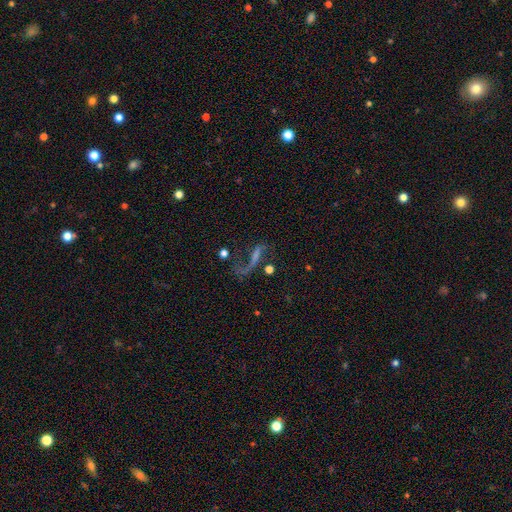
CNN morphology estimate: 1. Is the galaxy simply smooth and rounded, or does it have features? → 68% featured or disk, 16% star or artifact, 15% smooth.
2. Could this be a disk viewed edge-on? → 86% no, 14% yes.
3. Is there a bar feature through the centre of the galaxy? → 34% strong (tied), 34% no (tied), 32% weak.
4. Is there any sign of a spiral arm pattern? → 79% yes, 21% no.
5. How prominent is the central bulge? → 51% none, 31% small, 13% moderate, 3% large, 2% dominant.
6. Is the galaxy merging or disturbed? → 45% none, 30% major disturbance, 15% minor disturbance, 9% merger.